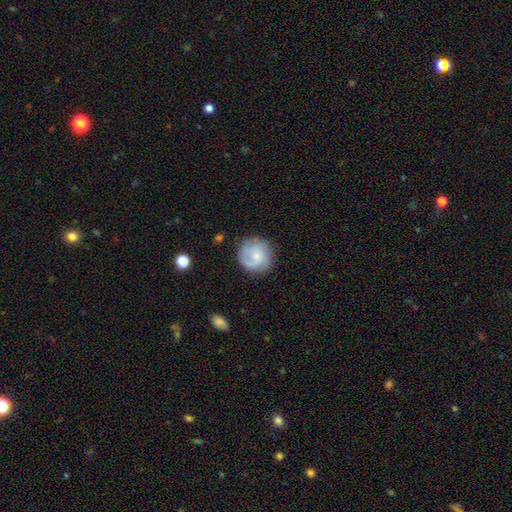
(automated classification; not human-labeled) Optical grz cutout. It shows a featured or disk galaxy (59%) with no bar (71%), 3 (29%) tight (46%) spiral arms (91%) and a small central bulge (63%). Merging: none (79%).